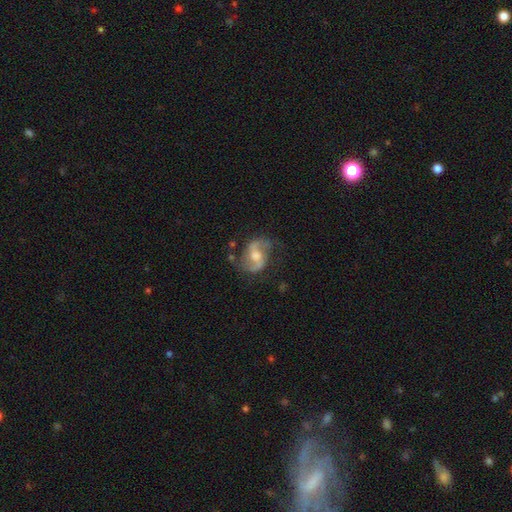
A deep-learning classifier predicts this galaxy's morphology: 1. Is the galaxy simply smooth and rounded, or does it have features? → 84% featured or disk, 10% smooth, 6% star or artifact.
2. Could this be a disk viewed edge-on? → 97% no, 3% yes.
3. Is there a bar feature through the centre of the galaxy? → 48% weak, 34% no, 18% strong.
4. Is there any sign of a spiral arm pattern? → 95% yes, 5% no.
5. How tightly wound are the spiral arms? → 48% loose, 43% medium, 9% tight.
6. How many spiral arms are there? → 92% 2, 3% can't tell, 2% 1, 1% 3, 1% 4, 1% more than 4.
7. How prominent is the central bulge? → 61% moderate, 21% small, 12% large, 5% none, 1% dominant.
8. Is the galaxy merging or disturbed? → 70% none, 18% minor disturbance, 9% major disturbance, 3% merger.